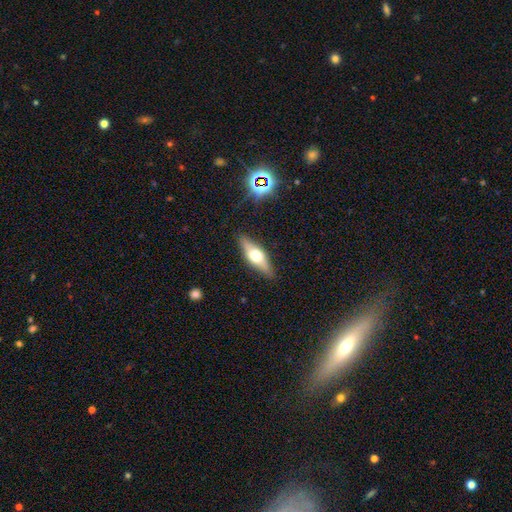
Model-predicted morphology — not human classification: A featured or disk galaxy (51%) viewed edge-on (86%).

Vote fractions:
- Smooth or featured? featured or disk: 51% / smooth: 41% / star or artifact: 8%
- Edge-on disk? yes: 86% / no: 14%
- Merging? none: 87% / minor disturbance: 10% / major disturbance: 2% / merger: 1%